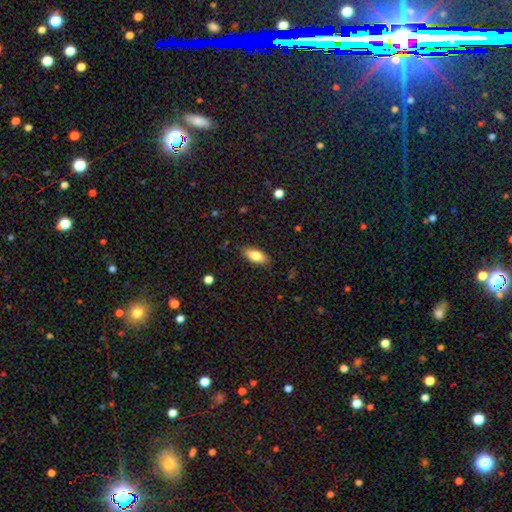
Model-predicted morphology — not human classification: Overall: smooth (82%). How rounded: in between (86%). Merging: none (86%).